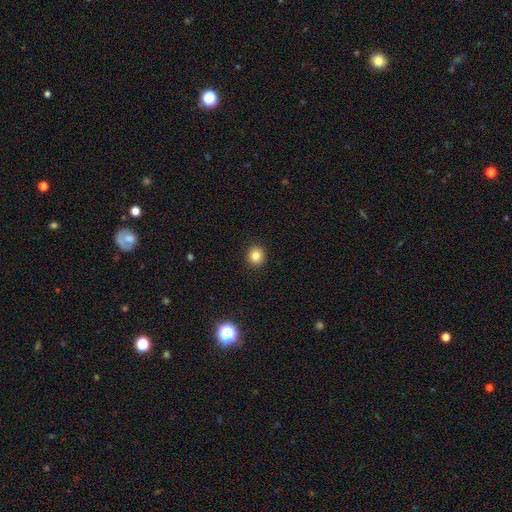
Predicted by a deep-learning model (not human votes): The model was most divided on "smooth or featured": smooth: 83%, star or artifact: 12%, featured or disk: 6%. More confident: merging — none (92%); how rounded — round (90%).